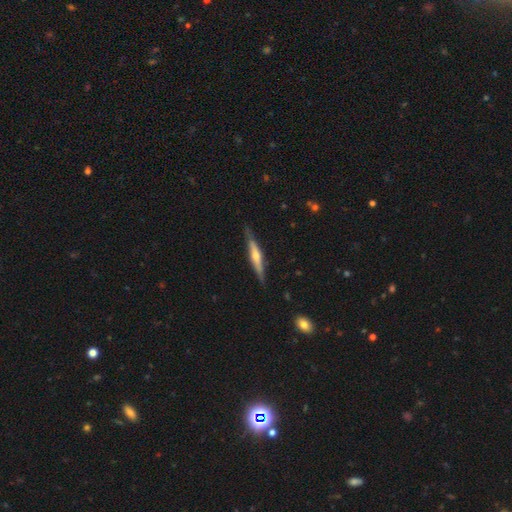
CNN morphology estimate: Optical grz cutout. It shows a featured or disk galaxy (65%) viewed edge-on (94%) with a rounded central bulge (82%). Merging: none (83%).